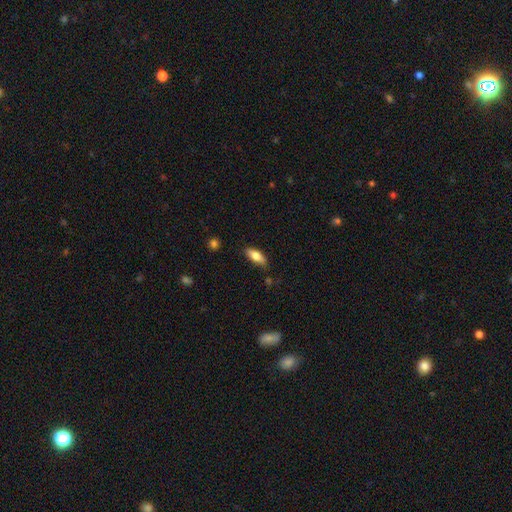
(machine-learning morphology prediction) type=smooth (77%); roundness=in between (74%); merging=none (78%).